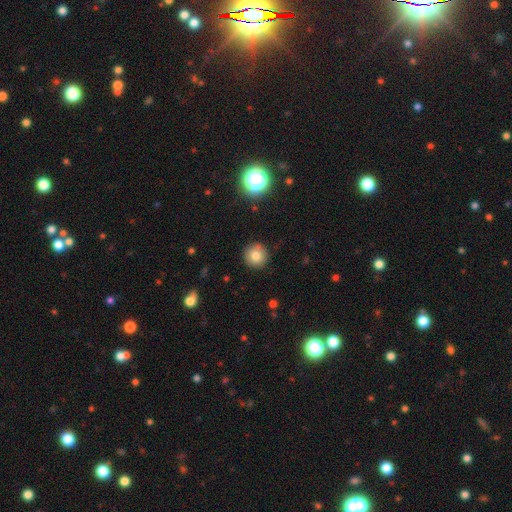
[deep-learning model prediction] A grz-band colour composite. It shows a smooth galaxy with no disk features (78%) that is round (94%). Merging: none (90%).